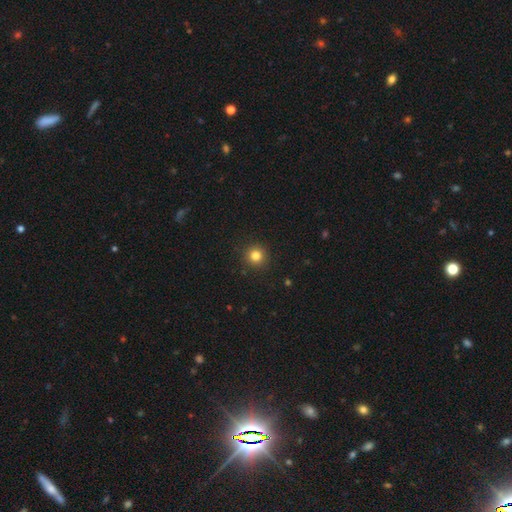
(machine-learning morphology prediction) Overall: smooth (81%). How rounded: round (94%). Merging: none (92%).